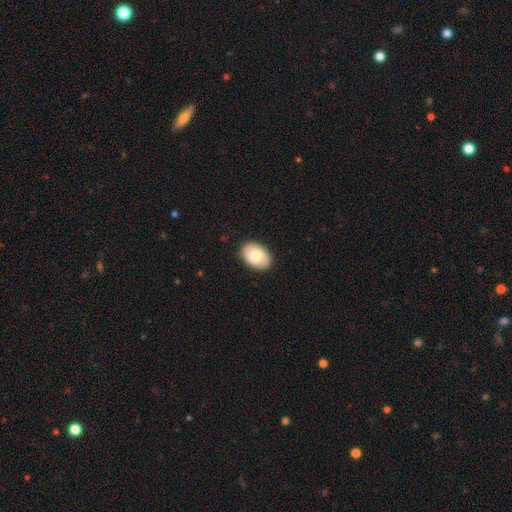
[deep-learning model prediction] Smooth or featured? Predicted: smooth (p=0.59). How rounded? Predicted: in between (p=0.87). Merging? Predicted: none (p=0.88).